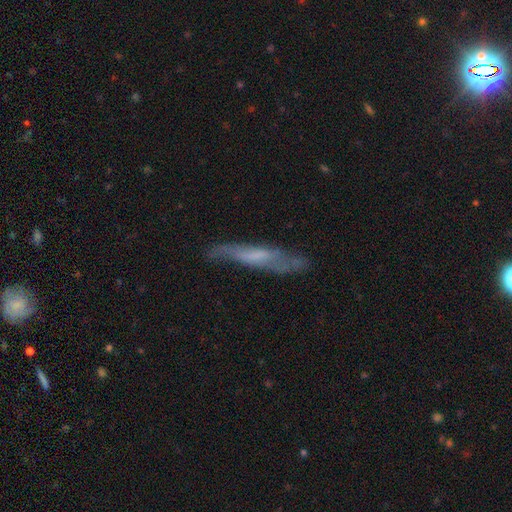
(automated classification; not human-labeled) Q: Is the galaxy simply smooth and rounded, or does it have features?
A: featured or disk — 55%.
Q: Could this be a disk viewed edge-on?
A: yes — 58%.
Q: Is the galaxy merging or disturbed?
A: none — 67%.